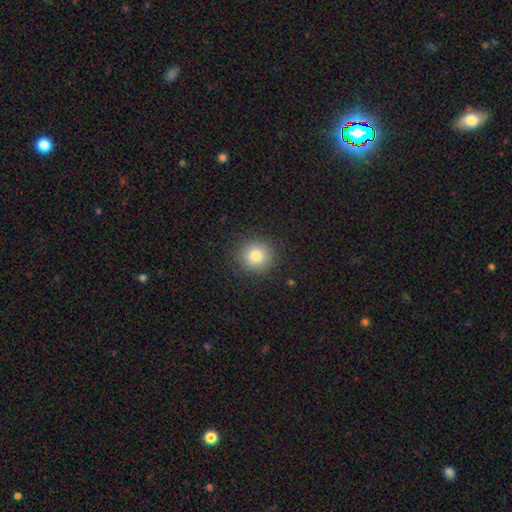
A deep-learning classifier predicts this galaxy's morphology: Overall: smooth (82%). How rounded: round (91%). Merging: none (90%).